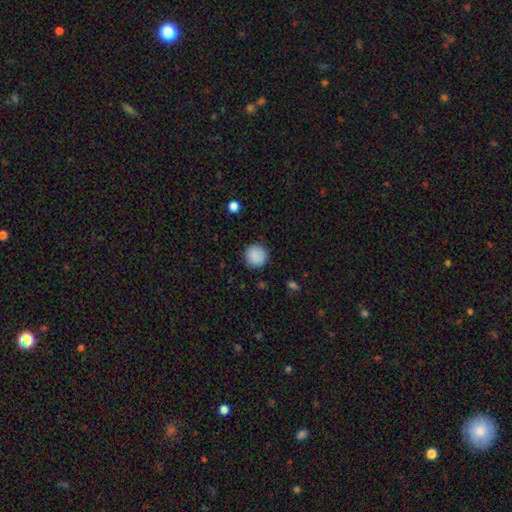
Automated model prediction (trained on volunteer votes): Q: Smooth or featured?
A: smooth (89%); runner-up: star or artifact (8%)
Q: How rounded?
A: round (95%); runner-up: in between (4%)
Q: Merging?
A: none (90%); runner-up: minor disturbance (7%)